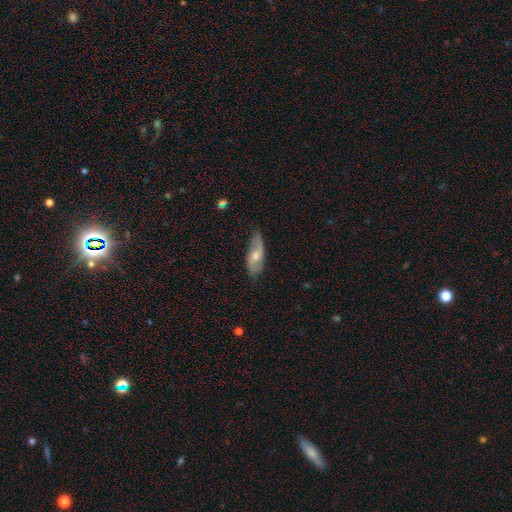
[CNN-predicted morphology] smooth 47% (tied), featured or disk 47% (tied), star or artifact 6%. Down the decision tree: merging — none (62%).